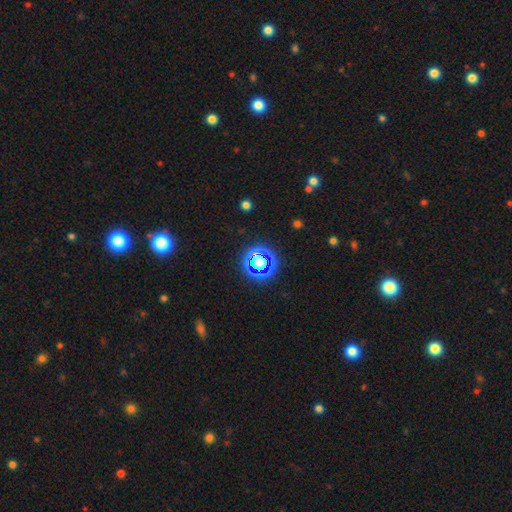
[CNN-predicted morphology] Smooth or featured?
  - star or artifact: 61% *
  - smooth: 27%
  - featured or disk: 12%